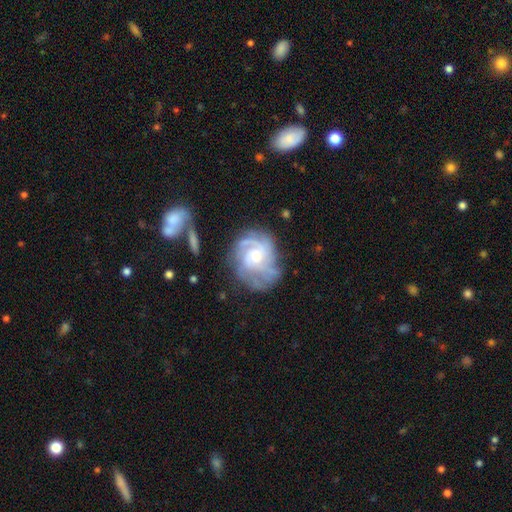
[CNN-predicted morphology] A featured or disk galaxy (84%) with no bar (69%), 3 (31%) tight (53%) spiral arms (94%) and a moderate central bulge (57%).

Vote fractions:
- Smooth or featured? featured or disk: 84% / smooth: 10% / star or artifact: 6%
- Edge-on disk? no: 98% / yes: 2%
- Bar? no: 69% / weak: 27% / strong: 4%
- Spiral arms? yes: 94% / no: 6%
- Spiral winding? tight: 53% / medium: 36% / loose: 11%
- Spiral arm count? 3: 31% / can't tell: 27% / 2: 20% / 4: 11% / 1: 6% / more than 4: 6%
- Bulge size? moderate: 57% / small: 34% / large: 6% / none: 2% / dominant: 1%
- Merging? none: 59% / minor disturbance: 22% / major disturbance: 15% / merger: 3%